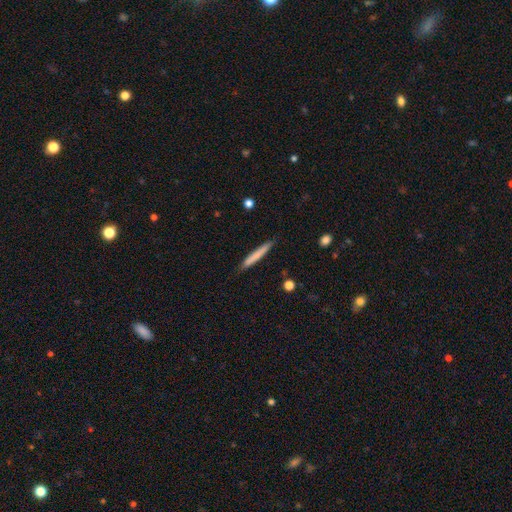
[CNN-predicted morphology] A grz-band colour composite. It shows a smooth galaxy with no disk features (73%) that is cigar-shaped (96%). Merging: none (87%).